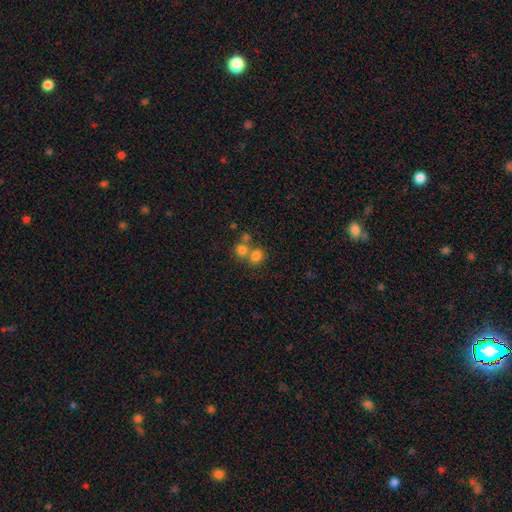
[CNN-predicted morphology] Smooth or featured?
  - smooth: 77% *
  - star or artifact: 14%
  - featured or disk: 9%
How rounded?
  - round: 80% *
  - in between: 19%
  - cigar-shaped: 1%
Merging?
  - none: 51% *
  - merger: 39%
  - minor disturbance: 7%
  - major disturbance: 4%